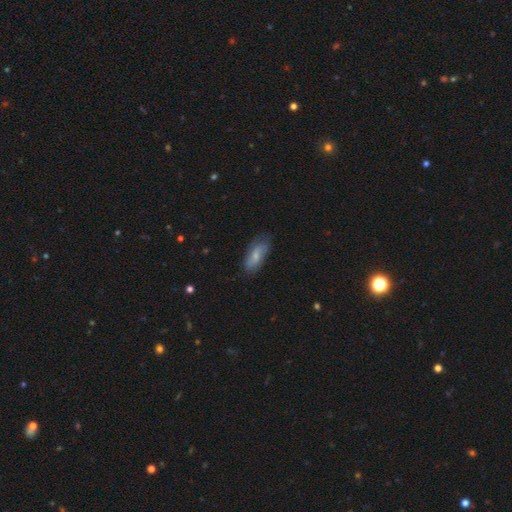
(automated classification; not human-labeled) Smooth or featured?
  - smooth: 59% *
  - featured or disk: 34%
  - star or artifact: 7%
How rounded?
  - in between: 82% *
  - cigar-shaped: 15%
  - round: 3%
Merging?
  - none: 68% *
  - minor disturbance: 24%
  - major disturbance: 7%
  - merger: 2%